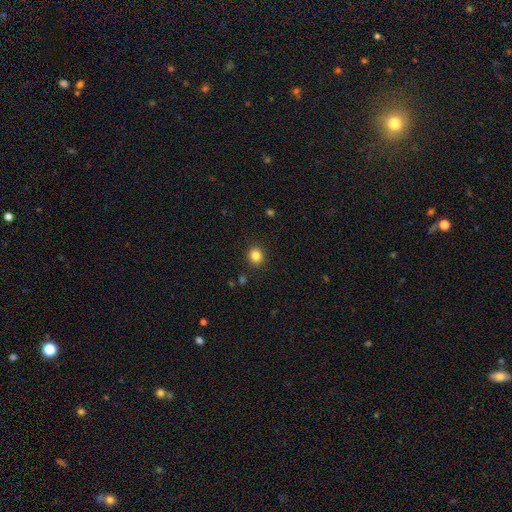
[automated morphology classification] Q: Smooth or featured?
A: smooth (84%); runner-up: star or artifact (11%)
Q: How rounded?
A: round (78%); runner-up: in between (21%)
Q: Merging?
A: none (90%); runner-up: minor disturbance (6%)